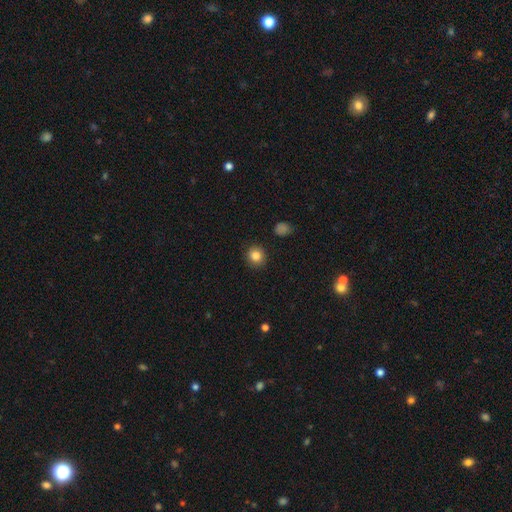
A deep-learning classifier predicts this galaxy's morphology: Overall: smooth (85%). How rounded: round (87%). Merging: none (90%).